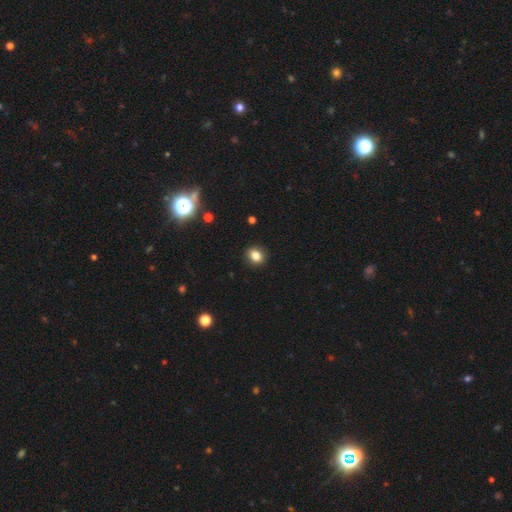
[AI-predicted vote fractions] Smooth or featured: smooth — 82% (star or artifact — 12%)
How rounded: round — 66% (in between — 33%)
Merging: none — 91% (minor disturbance — 7%)